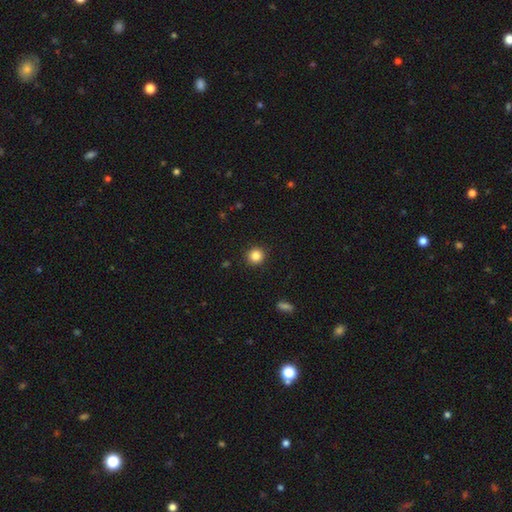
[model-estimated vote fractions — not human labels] A smooth galaxy with no disk features (85%) that is round (93%). Merging: none (92%).